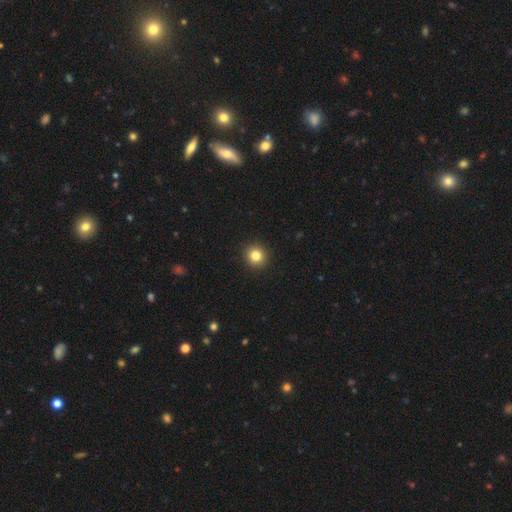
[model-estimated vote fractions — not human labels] Morphology: type=smooth (82%); roundness=round (93%); merging=none (93%).